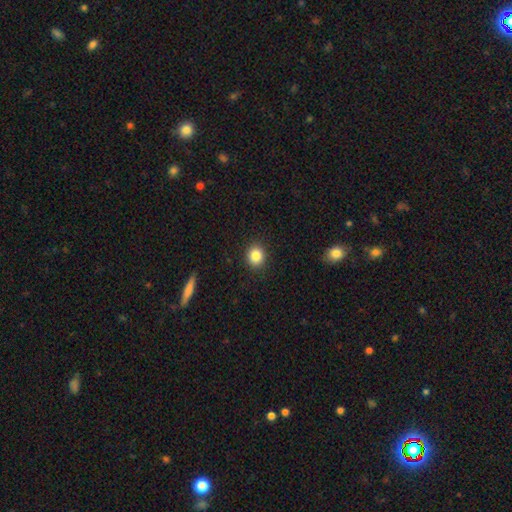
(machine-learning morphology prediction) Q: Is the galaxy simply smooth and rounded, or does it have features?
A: smooth — 85%.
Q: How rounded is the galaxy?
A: round — 78%.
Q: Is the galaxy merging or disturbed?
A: none — 90%.